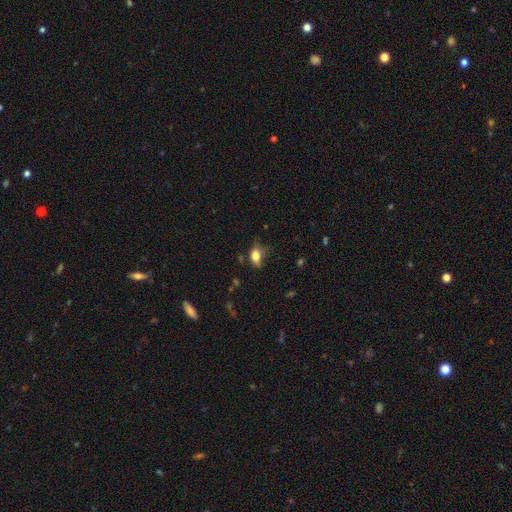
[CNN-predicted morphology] Smooth or featured?
  - smooth: 78% *
  - featured or disk: 12%
  - star or artifact: 10%
How rounded?
  - in between: 81% *
  - round: 15%
  - cigar-shaped: 4%
Merging?
  - none: 46% *
  - minor disturbance: 35%
  - major disturbance: 16%
  - merger: 3%